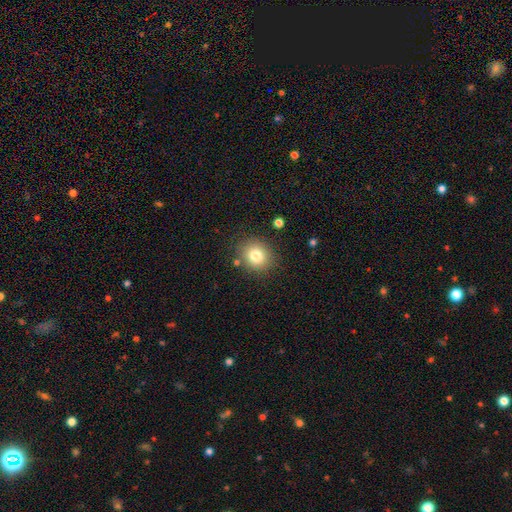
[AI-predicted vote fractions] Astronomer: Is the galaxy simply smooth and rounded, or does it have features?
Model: smooth — 80%.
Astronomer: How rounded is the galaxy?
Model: round — 76%.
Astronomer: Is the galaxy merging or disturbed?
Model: none — 84%.